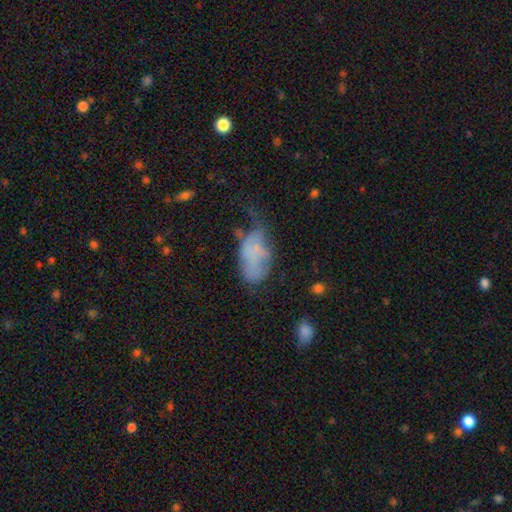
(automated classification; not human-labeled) Smooth or featured? Predicted: smooth (p=0.55). How rounded? Predicted: in between (p=0.91). Merging? Predicted: major disturbance (p=0.37).